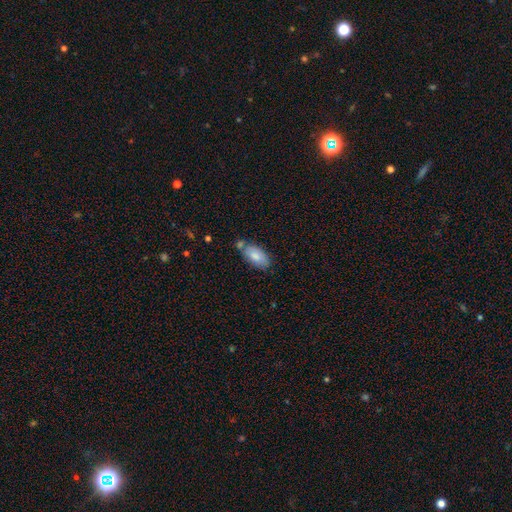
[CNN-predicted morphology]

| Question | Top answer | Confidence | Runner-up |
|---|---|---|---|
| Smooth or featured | smooth | 79% | featured or disk (15%) |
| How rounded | in between | 92% | cigar-shaped (6%) |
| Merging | none | 58% | minor disturbance (19%) |